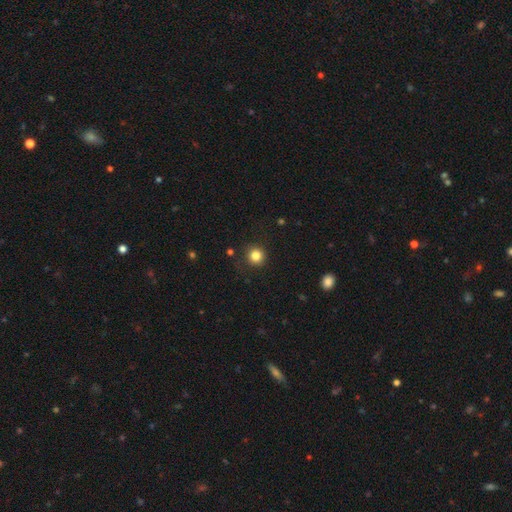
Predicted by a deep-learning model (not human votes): Morphology: type=smooth (83%); roundness=round (94%); merging=none (87%).